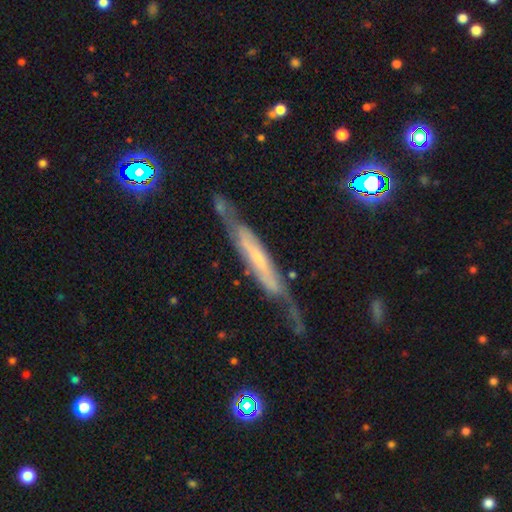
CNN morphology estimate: featured or disk 73%, smooth 18%, star or artifact 9%. Down the decision tree: edge-on disk — yes (71%); edge-on bulge — none (63%); merging — none (66%).